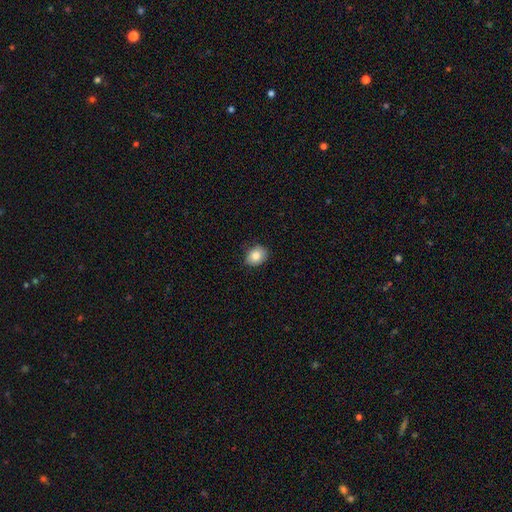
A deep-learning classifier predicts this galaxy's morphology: A smooth galaxy with no disk features (84%) that is in between round and cigar-shaped (56%). Merging: none (84%).